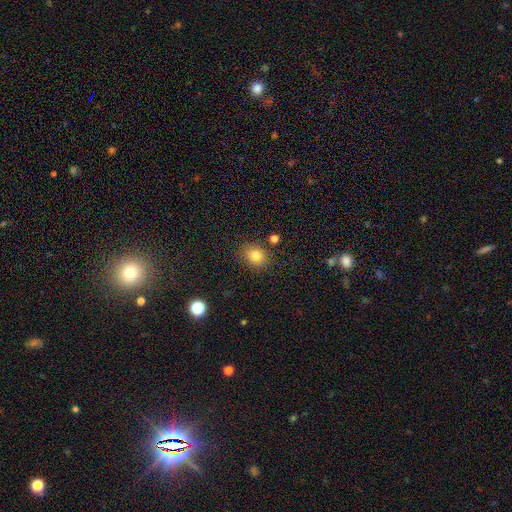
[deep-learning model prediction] This is clearly a smooth galaxy (81%). How rounded: likely round (61%). Merging: likely none (79%).